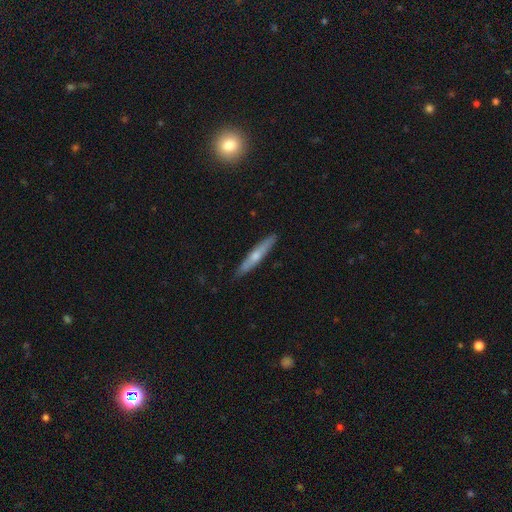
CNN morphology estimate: smooth 47% (tied), featured or disk 47% (tied), star or artifact 6%. Down the decision tree: merging — none (89%).